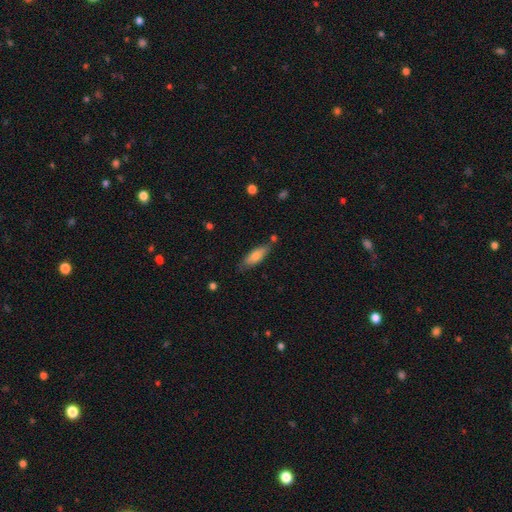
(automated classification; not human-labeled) Morphology: type=smooth (77%); roundness=in between (57%); merging=none (75%).